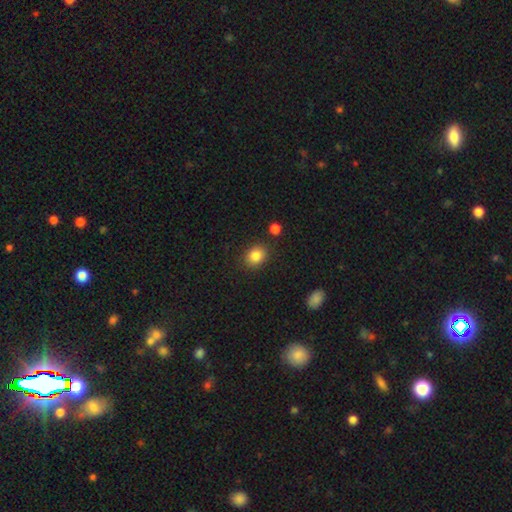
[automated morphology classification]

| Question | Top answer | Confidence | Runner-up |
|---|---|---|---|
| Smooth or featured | smooth | 84% | star or artifact (10%) |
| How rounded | round | 58% | in between (41%) |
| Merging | none | 84% | minor disturbance (10%) |